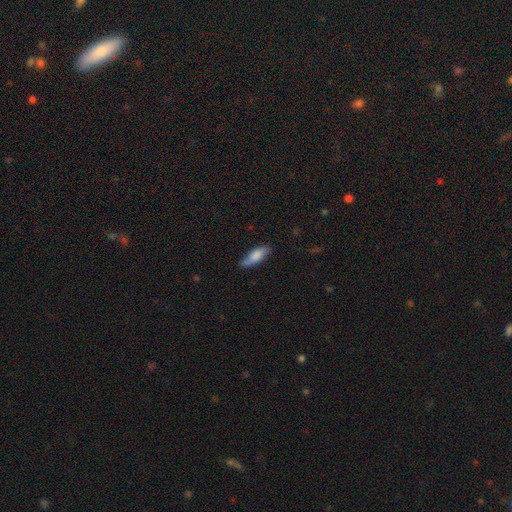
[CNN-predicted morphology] Smooth or featured?
  - smooth: 78% *
  - featured or disk: 15%
  - star or artifact: 6%
How rounded?
  - in between: 59% *
  - cigar-shaped: 39%
  - round: 2%
Merging?
  - none: 72% *
  - minor disturbance: 22%
  - major disturbance: 4%
  - merger: 2%